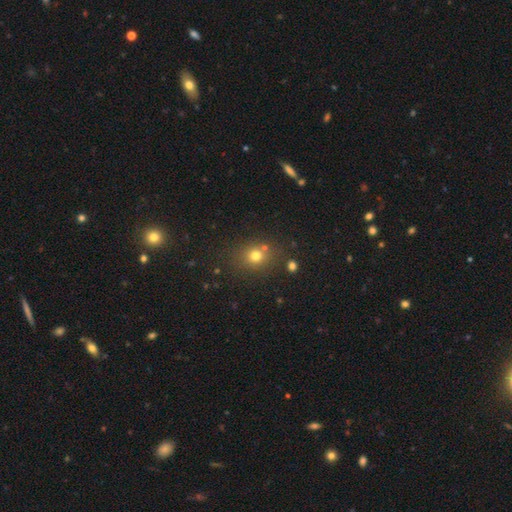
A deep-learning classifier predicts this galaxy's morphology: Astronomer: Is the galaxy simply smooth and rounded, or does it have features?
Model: smooth — 73%.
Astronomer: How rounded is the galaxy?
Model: round — 76%.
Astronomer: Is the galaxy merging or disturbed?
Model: none — 74%.